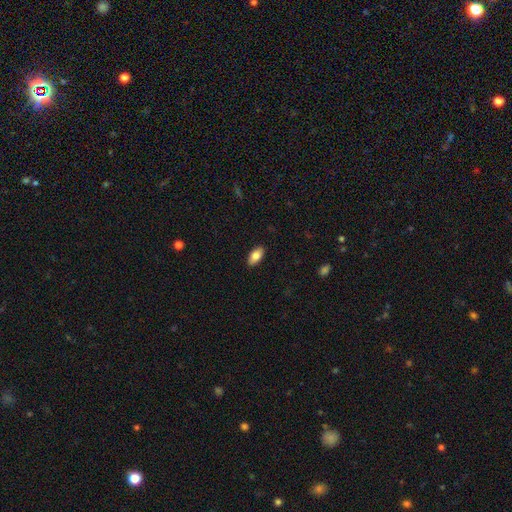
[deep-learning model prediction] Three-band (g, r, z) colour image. It shows a smooth galaxy with no disk features (82%) that is in between round and cigar-shaped (92%). Merging: none (90%).